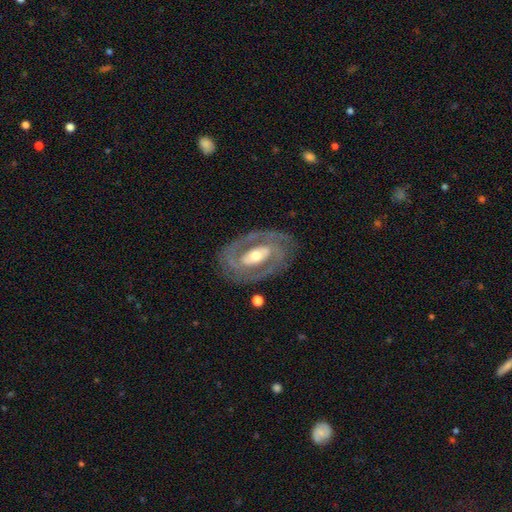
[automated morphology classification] Smooth or featured?
  - featured or disk: 83% *
  - smooth: 12%
  - star or artifact: 5%
Edge-on disk?
  - no: 94% *
  - yes: 6%
Bar?
  - strong: 37% *
  - no: 32%
  - weak: 31%
Spiral arms?
  - yes: 77% *
  - no: 23%
Spiral winding?
  - tight: 54% *
  - medium: 36%
  - loose: 10%
Spiral arm count?
  - 2: 79% *
  - can't tell: 12%
  - 1: 4%
  - 3: 3%
  - 4: 1%
  - more than 4: 1%
Bulge size?
  - moderate: 64% *
  - small: 20%
  - large: 14%
  - dominant: 1%
  - none: 1%
Merging?
  - none: 80% *
  - minor disturbance: 12%
  - major disturbance: 6%
  - merger: 1%